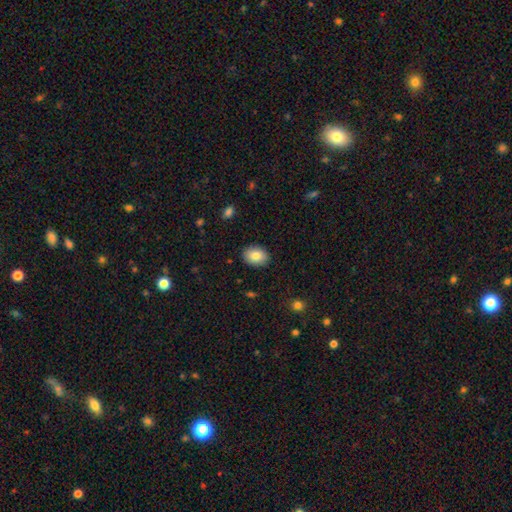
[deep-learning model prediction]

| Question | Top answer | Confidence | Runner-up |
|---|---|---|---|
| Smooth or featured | smooth | 84% | featured or disk (9%) |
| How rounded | in between | 70% | round (29%) |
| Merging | none | 89% | minor disturbance (8%) |